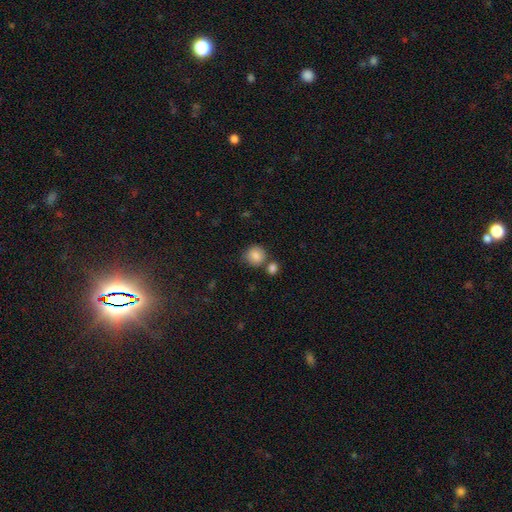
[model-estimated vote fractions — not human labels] Smooth or featured: smooth — 83% (star or artifact — 10%)
How rounded: round — 88% (in between — 11%)
Merging: none — 67% (merger — 19%)